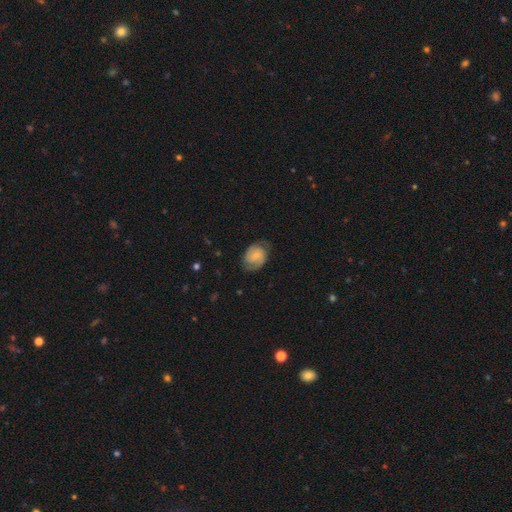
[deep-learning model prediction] Smooth or featured? featured or disk (52%)
Edge-on disk? no (97%)
Bar? no (54%)
Spiral arms? yes (89%)
Bulge size? small (49%)
Merging? none (68%)